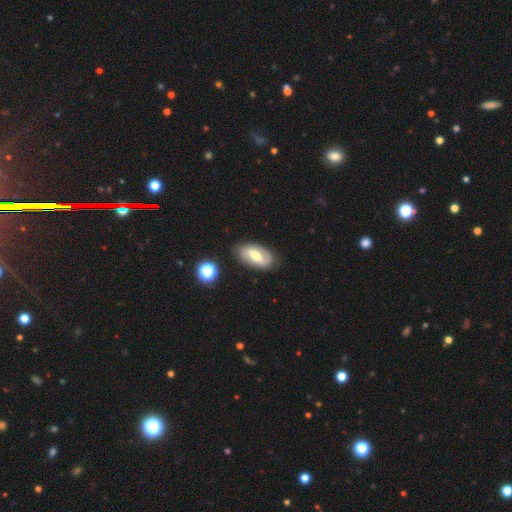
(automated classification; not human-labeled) Smooth or featured: featured or disk — 64% (smooth — 29%)
Edge-on disk: no — 92% (yes — 8%)
Bar: strong — 44% (weak — 39%)
Spiral arms: yes — 75% (no — 25%)
Bulge size: moderate — 63% (small — 26%)
Merging: none — 81% (minor disturbance — 13%)